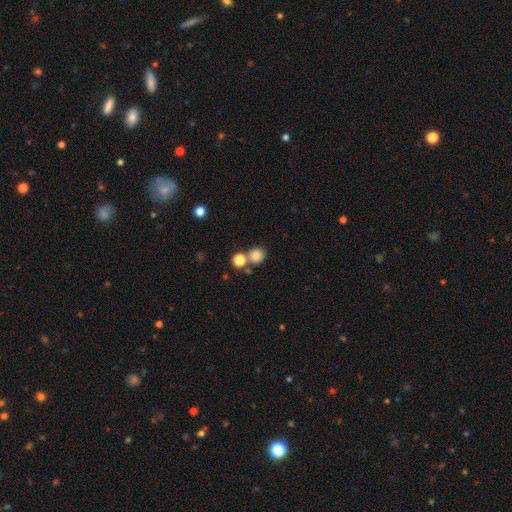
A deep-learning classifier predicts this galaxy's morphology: A smooth galaxy with no disk features (83%) that is round (85%). Merging: none (62%).